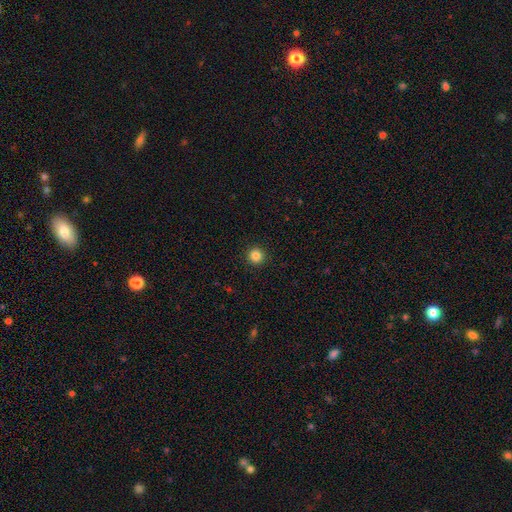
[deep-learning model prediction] The model was most divided on "smooth or featured": smooth: 85%, star or artifact: 11%, featured or disk: 4%. More confident: how rounded — round (95%); merging — none (93%).